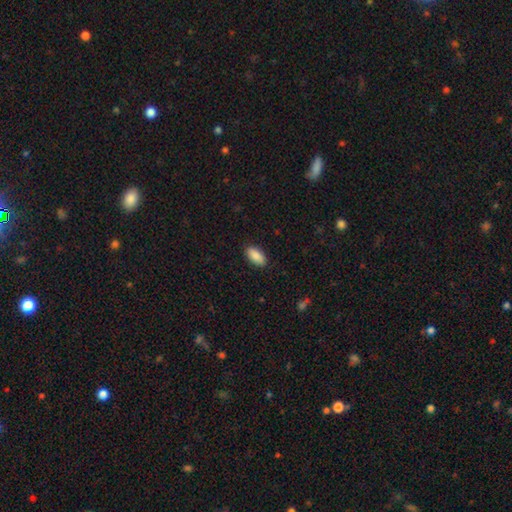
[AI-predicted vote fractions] Q: Smooth or featured?
A: smooth (90%); runner-up: star or artifact (6%)
Q: How rounded?
A: in between (92%); runner-up: cigar-shaped (6%)
Q: Merging?
A: none (89%); runner-up: minor disturbance (8%)